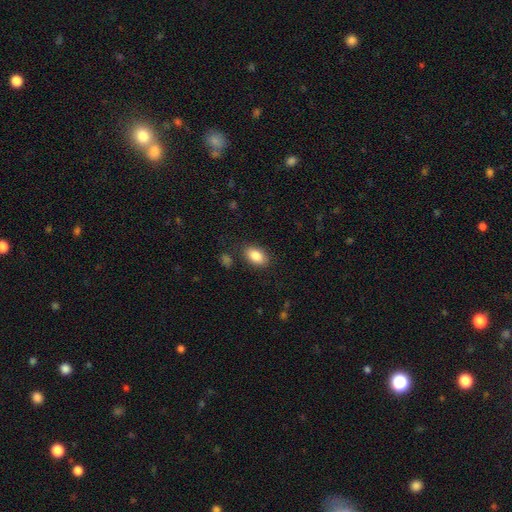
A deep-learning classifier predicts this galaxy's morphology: Smooth or featured? Predicted: smooth (p=0.85). How rounded? Predicted: in between (p=0.90). Merging? Predicted: none (p=0.84).